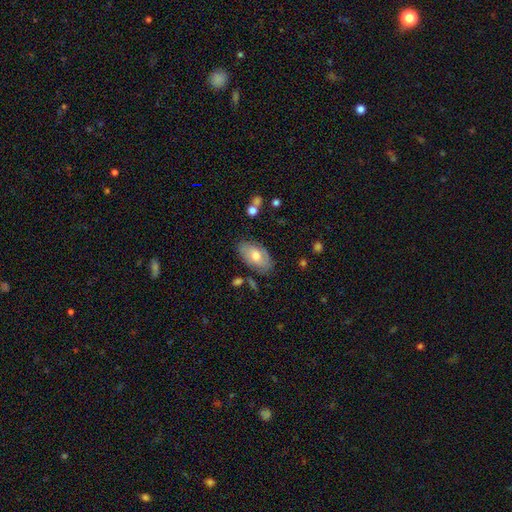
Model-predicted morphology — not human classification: Smooth or featured? smooth (60%)
How rounded? in between (93%)
Merging? none (77%)